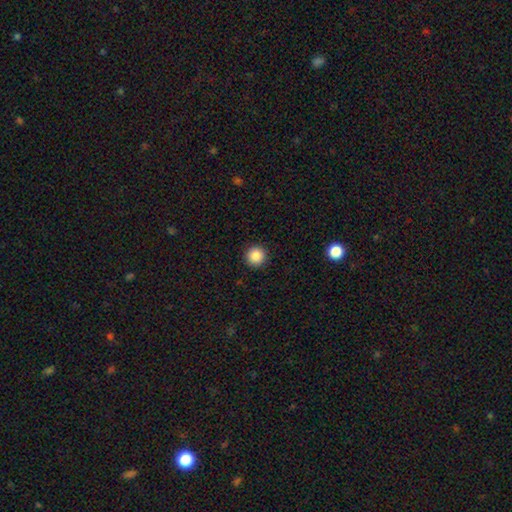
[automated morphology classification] smooth 87%, star or artifact 10%, featured or disk 3%. Down the decision tree: how rounded — round (96%); merging — none (93%).